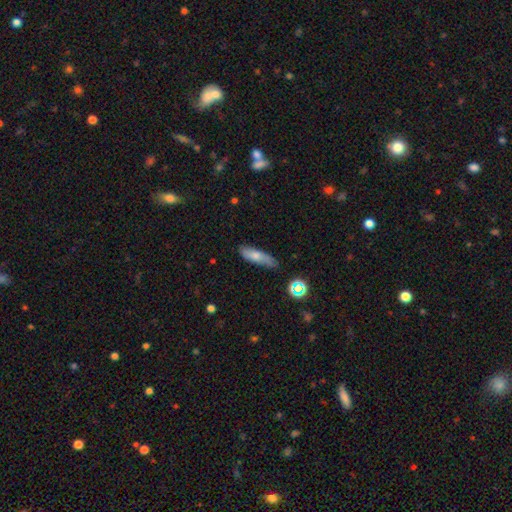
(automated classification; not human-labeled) This appears to be a smooth galaxy with no disk features (67%) that is cigar-shaped (58%). Merging: none (68%).